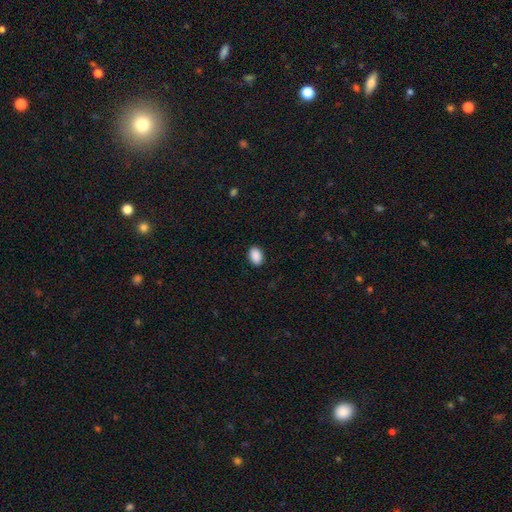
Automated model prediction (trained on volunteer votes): This is clearly a smooth galaxy (90%). How rounded: clearly in between (85%). Merging: clearly none (90%).